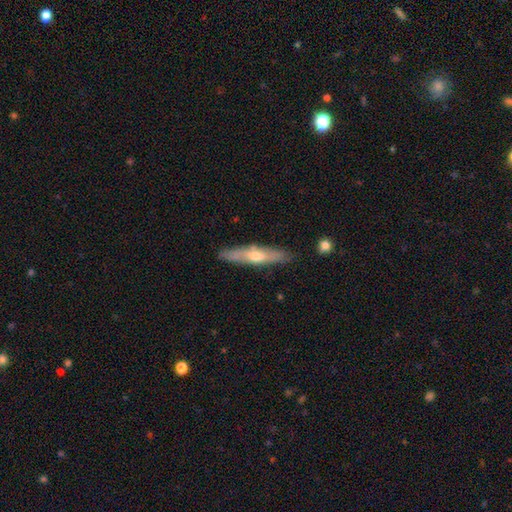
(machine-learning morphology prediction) Smooth or featured: featured or disk — 59% (smooth — 35%)
Edge-on disk: yes — 85% (no — 15%)
Merging: none — 87% (minor disturbance — 10%)